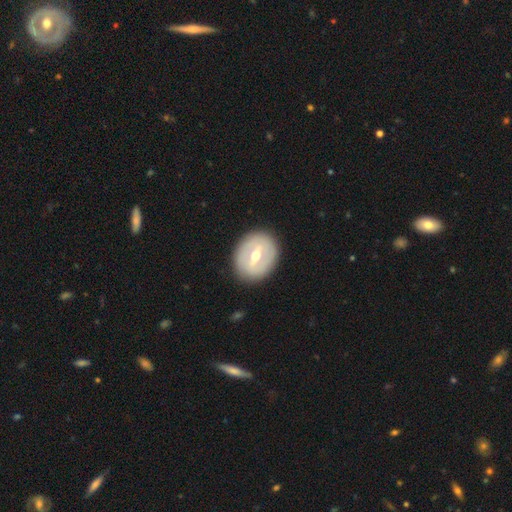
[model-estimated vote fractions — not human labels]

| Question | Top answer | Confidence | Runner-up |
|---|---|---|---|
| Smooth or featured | featured or disk | 64% | smooth (30%) |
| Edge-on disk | no | 93% | yes (7%) |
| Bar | strong | 47% | weak (41%) |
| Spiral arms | no | 68% | yes (32%) |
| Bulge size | moderate | 69% | small (25%) |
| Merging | none | 88% | minor disturbance (9%) |